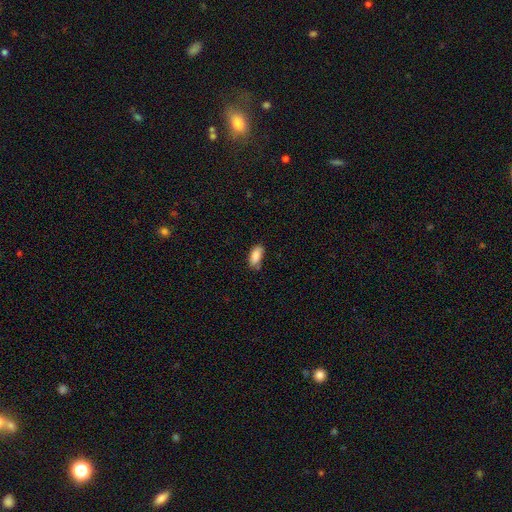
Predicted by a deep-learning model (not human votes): Morphology: type=smooth (85%); roundness=in between (88%); merging=none (69%).